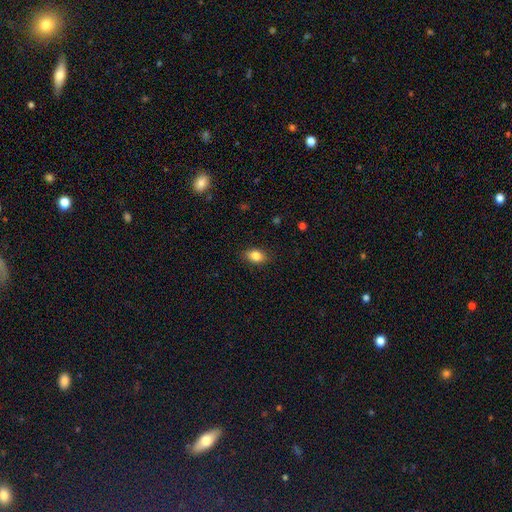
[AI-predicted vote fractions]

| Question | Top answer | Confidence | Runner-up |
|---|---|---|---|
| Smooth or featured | smooth | 84% | star or artifact (9%) |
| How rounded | in between | 78% | round (21%) |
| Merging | none | 87% | minor disturbance (10%) |